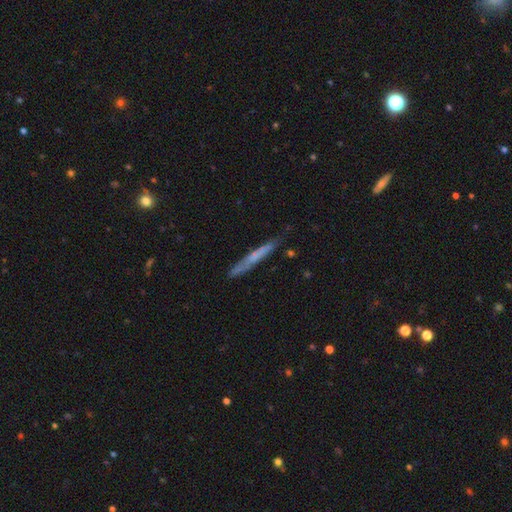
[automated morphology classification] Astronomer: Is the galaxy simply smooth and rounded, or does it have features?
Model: smooth — 48% (runner-up: featured or disk, 45%).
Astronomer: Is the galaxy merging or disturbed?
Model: none — 79%.